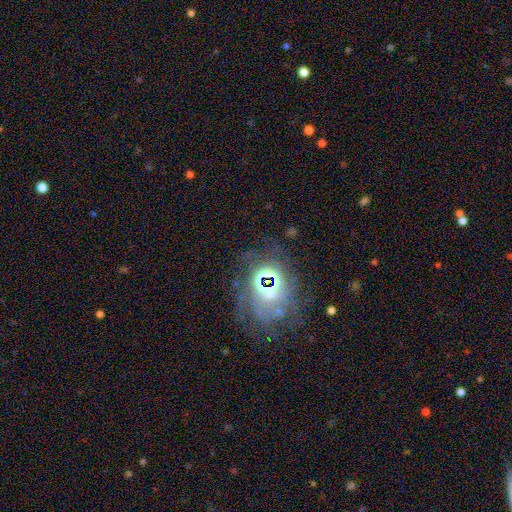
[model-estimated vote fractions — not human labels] This appears to be a star or artifact, not a galaxy (66%).